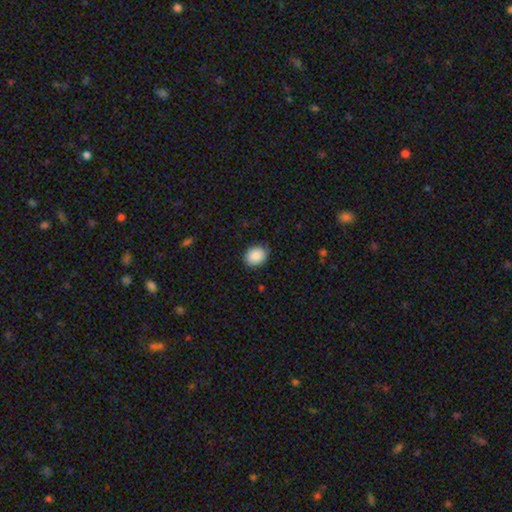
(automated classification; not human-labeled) smooth-or-featured: smooth: 89% | star or artifact: 7% | featured or disk: 4%
  how-rounded: in between: 53% | round: 46% | cigar-shaped: 1%
  merging: none: 84% | minor disturbance: 12% | major disturbance: 2% | merger: 1%